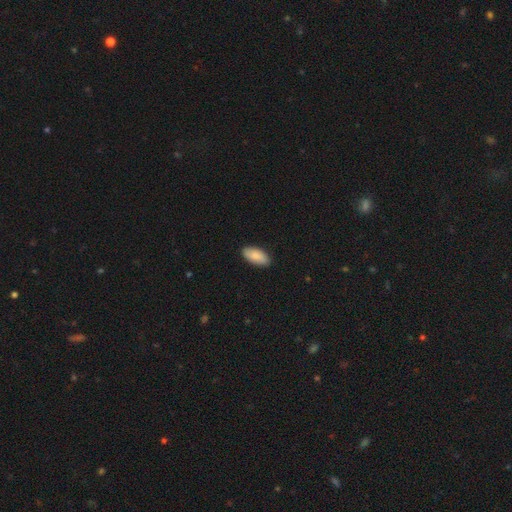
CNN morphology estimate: smooth-or-featured: smooth: 87% | featured or disk: 7% | star or artifact: 6%
  how-rounded: in between: 90% | cigar-shaped: 8% | round: 2%
  merging: none: 89% | minor disturbance: 8% | major disturbance: 2% | merger: 1%